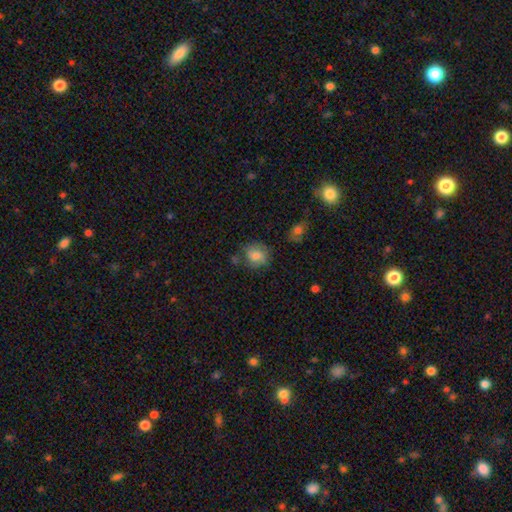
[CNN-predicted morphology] A smooth galaxy with no disk features (70%) that is round (71%).

Vote fractions:
- Smooth or featured? smooth: 70% / featured or disk: 21% / star or artifact: 9%
- How rounded? round: 71% / in between: 28% / cigar-shaped: 1%
- Merging? none: 64% / minor disturbance: 22% / major disturbance: 7% / merger: 6%